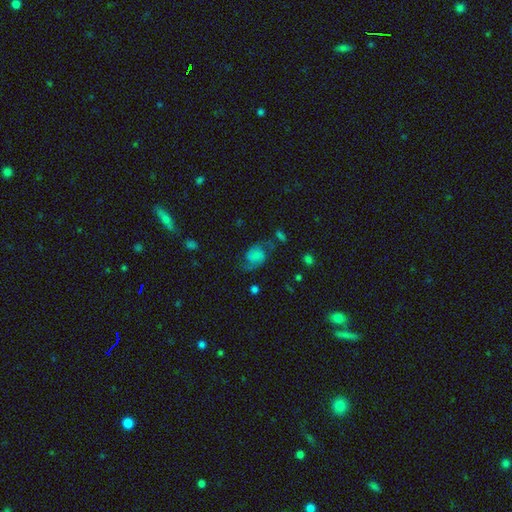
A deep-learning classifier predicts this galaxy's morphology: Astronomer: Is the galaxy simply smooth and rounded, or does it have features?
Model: featured or disk — 56% (runner-up: smooth, 32%).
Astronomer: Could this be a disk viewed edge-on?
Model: no — 98%.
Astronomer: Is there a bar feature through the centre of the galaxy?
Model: no — 65%.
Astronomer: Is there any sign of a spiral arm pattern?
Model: yes — 91%.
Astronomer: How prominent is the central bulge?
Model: none — 56%.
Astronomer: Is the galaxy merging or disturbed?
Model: none — 59%.